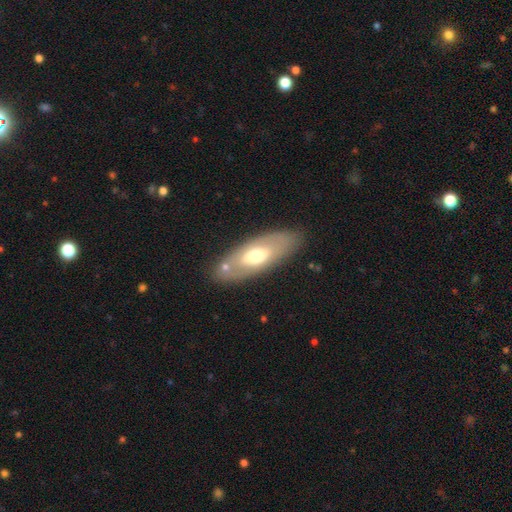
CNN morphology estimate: Smooth or featured?
  - smooth: 48% *
  - featured or disk: 47%
  - star or artifact: 6%
Merging?
  - none: 79% *
  - minor disturbance: 13%
  - merger: 5%
  - major disturbance: 4%